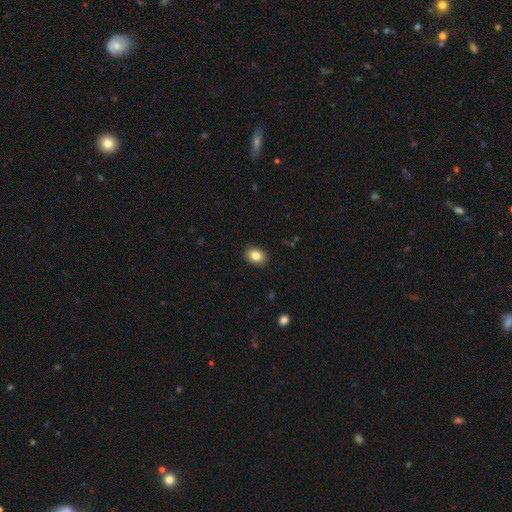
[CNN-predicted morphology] Smooth or featured? smooth (85%)
How rounded? in between (73%)
Merging? none (90%)